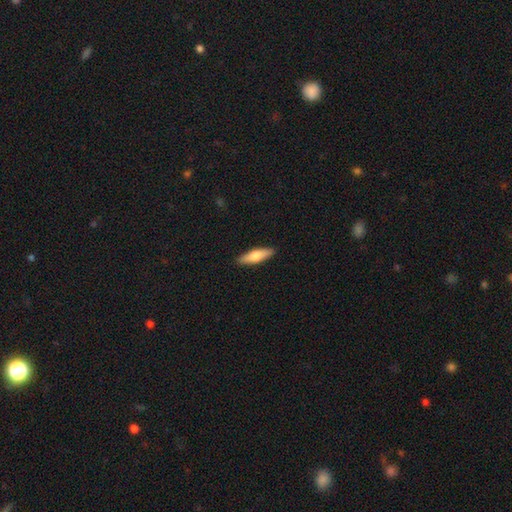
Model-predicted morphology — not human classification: A smooth galaxy with no disk features (64%) that is cigar-shaped (62%).

Vote fractions:
- Smooth or featured? smooth: 64% / featured or disk: 31% / star or artifact: 5%
- How rounded? cigar-shaped: 62% / in between: 36% / round: 2%
- Merging? none: 91% / minor disturbance: 7% / major disturbance: 1% / merger: 1%